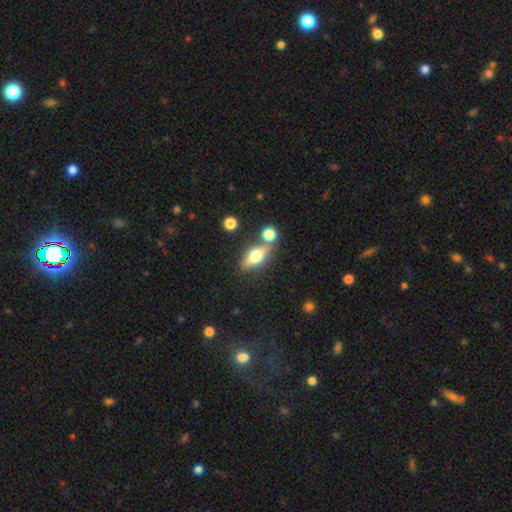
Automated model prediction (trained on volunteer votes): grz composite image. It shows a smooth galaxy with no disk features (51%) that is in between round and cigar-shaped (65%). Merging: none (67%).